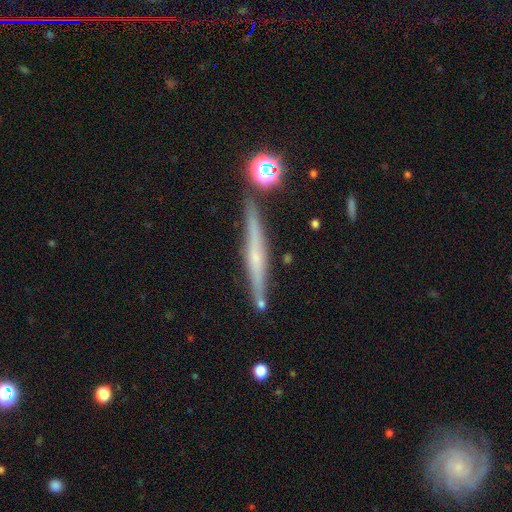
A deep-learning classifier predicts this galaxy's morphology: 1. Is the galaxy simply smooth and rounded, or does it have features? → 64% featured or disk, 28% smooth, 9% star or artifact.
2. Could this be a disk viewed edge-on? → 96% yes, 4% no.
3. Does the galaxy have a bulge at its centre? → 45% rounded (tied), 45% none (tied), 10% boxy.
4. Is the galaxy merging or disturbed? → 82% none, 11% minor disturbance, 5% merger, 2% major disturbance.